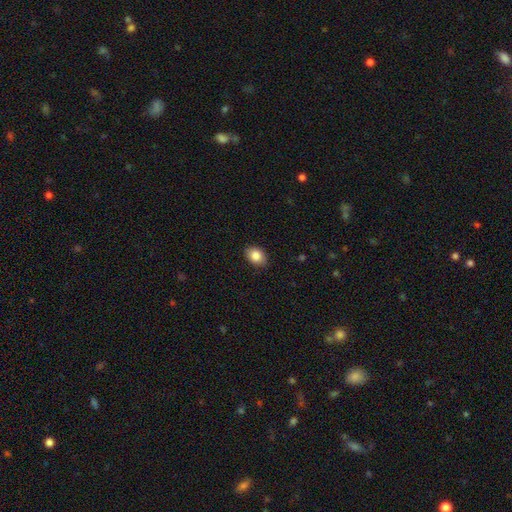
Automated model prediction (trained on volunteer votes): The model was most divided on "how rounded": in between: 70%, round: 28%, cigar-shaped: 1%. More confident: merging — none (87%); smooth or featured — smooth (86%).